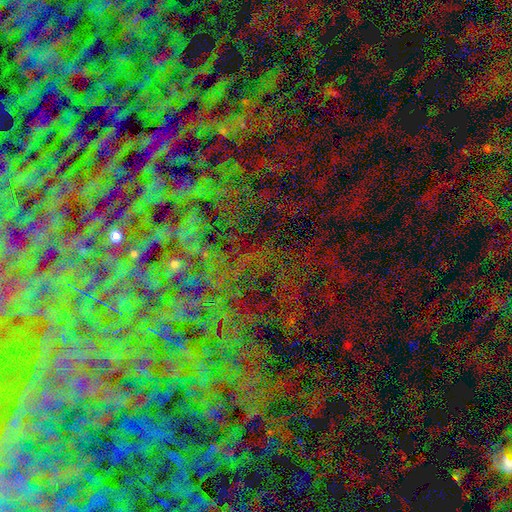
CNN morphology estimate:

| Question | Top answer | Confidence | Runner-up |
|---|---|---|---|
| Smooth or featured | star or artifact | 78% | featured or disk (13%) |